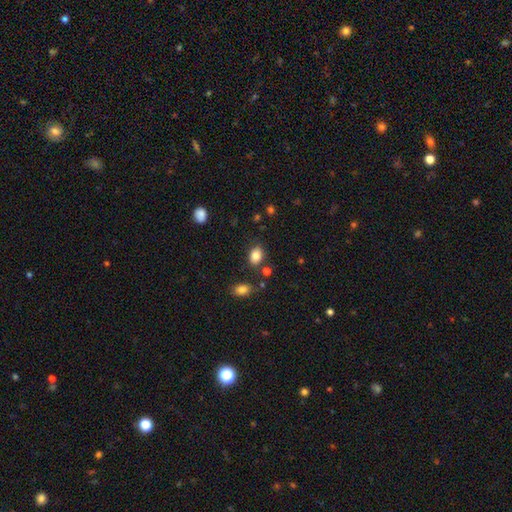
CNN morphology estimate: Smooth or featured: smooth — 84% (star or artifact — 10%)
How rounded: in between — 74% (round — 25%)
Merging: none — 79% (minor disturbance — 13%)